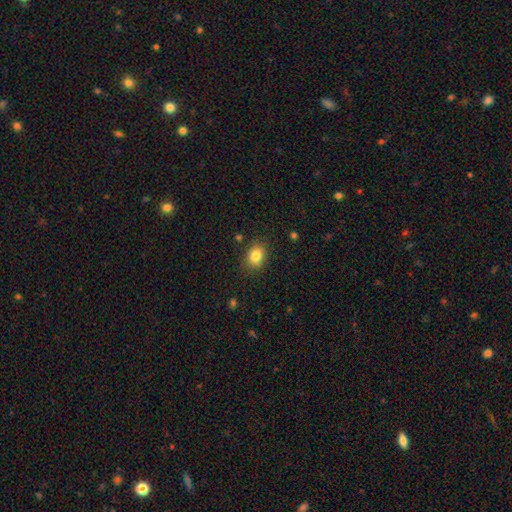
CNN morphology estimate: Smooth or featured: smooth — 83% (star or artifact — 10%)
How rounded: in between — 60% (round — 39%)
Merging: none — 85% (minor disturbance — 11%)